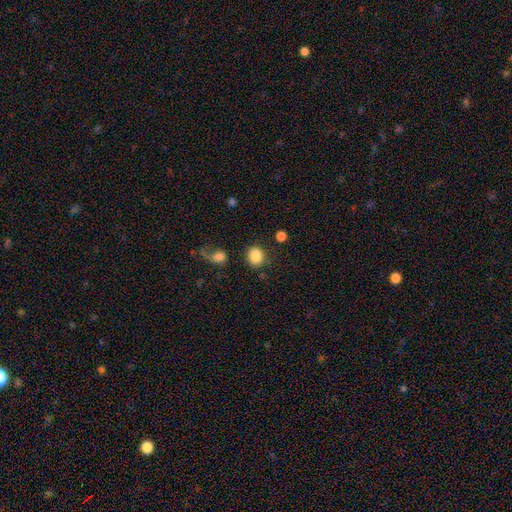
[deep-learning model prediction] Smooth or featured?
  - smooth: 87% *
  - star or artifact: 9%
  - featured or disk: 4%
How rounded?
  - round: 62% *
  - in between: 37%
  - cigar-shaped: 1%
Merging?
  - none: 78% *
  - minor disturbance: 12%
  - major disturbance: 5%
  - merger: 5%